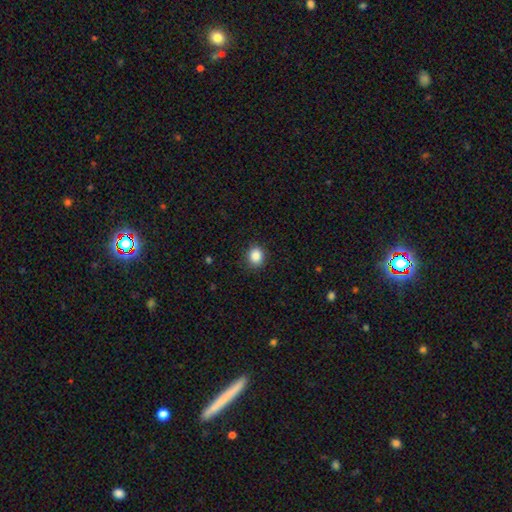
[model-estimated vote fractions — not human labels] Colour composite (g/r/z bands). It shows a smooth galaxy with no disk features (88%) that is round (68%). Merging: none (88%).